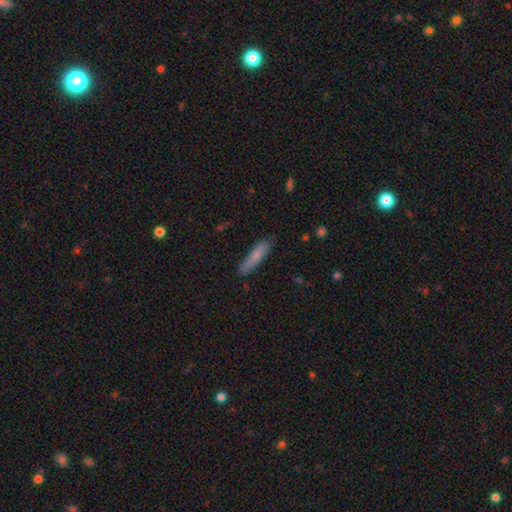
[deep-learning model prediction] Overall: smooth (76%). How rounded: cigar-shaped (85%). Merging: none (80%).